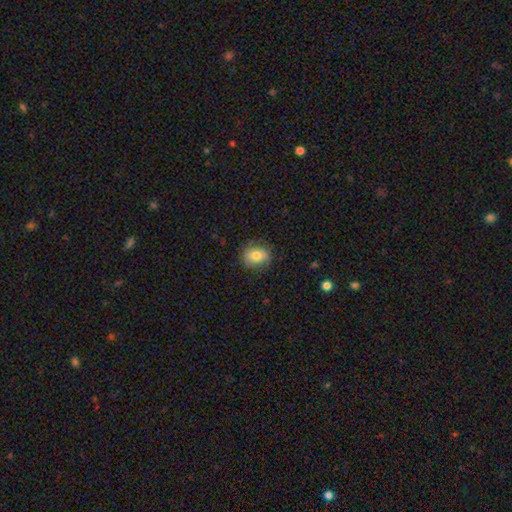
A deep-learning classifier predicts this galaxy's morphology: A smooth galaxy with no disk features (74%) that is in between round and cigar-shaped (54%).

Vote fractions:
- Smooth or featured? smooth: 74% / featured or disk: 18% / star or artifact: 9%
- How rounded? in between: 54% / round: 45% / cigar-shaped: 1%
- Merging? none: 76% / minor disturbance: 18% / major disturbance: 5% / merger: 1%